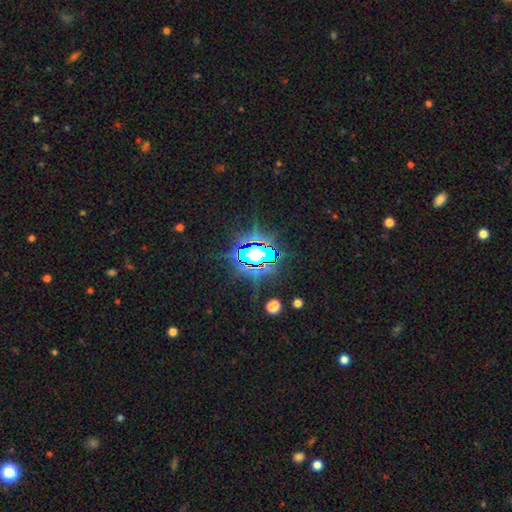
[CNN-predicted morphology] A star or artifact, not a galaxy (77%).

Vote fractions:
- Smooth or featured? star or artifact: 77% / smooth: 12% / featured or disk: 11%